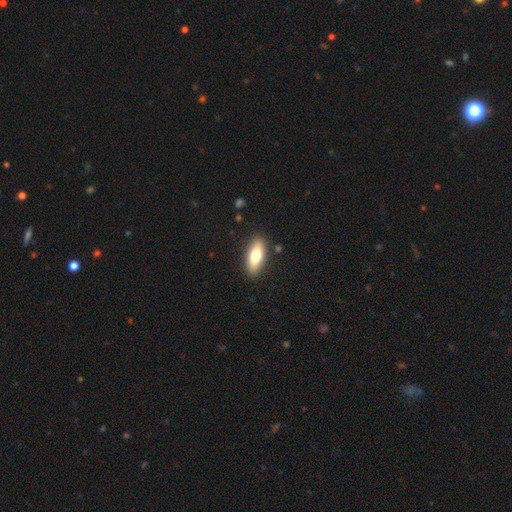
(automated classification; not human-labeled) This appears to be a smooth galaxy with no disk features (75%) that is in between round and cigar-shaped (80%). Merging: none (87%).